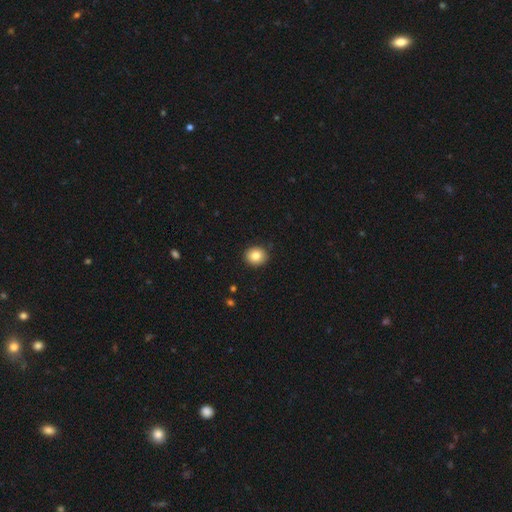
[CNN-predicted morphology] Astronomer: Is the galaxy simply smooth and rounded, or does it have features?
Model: smooth — 83%.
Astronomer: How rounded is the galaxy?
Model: round — 79%.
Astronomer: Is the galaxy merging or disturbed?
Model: none — 91%.